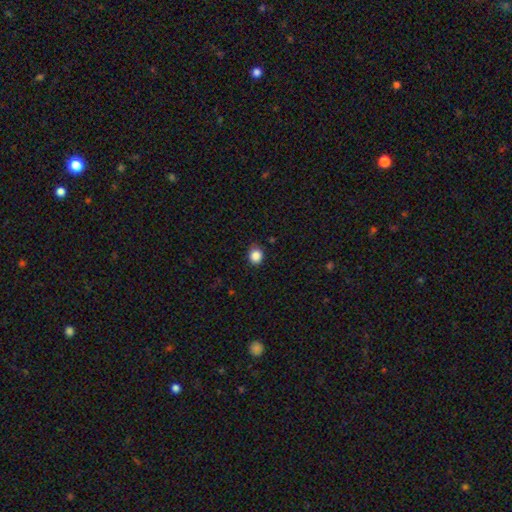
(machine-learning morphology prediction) smooth 87%, star or artifact 10%, featured or disk 3%. Down the decision tree: how rounded — round (73%); merging — none (80%).